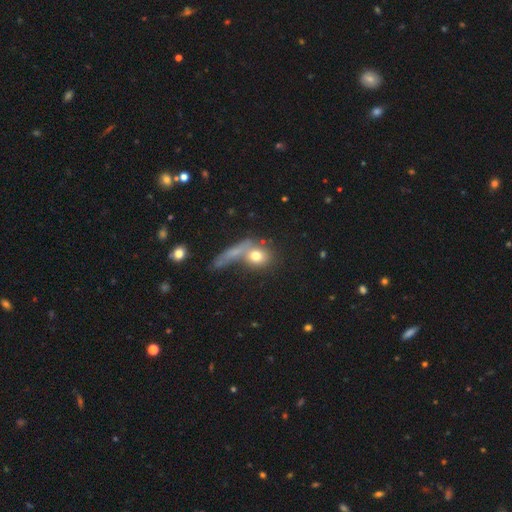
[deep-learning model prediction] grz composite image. It shows a smooth galaxy with no disk features (72%) that is round (62%). Merging: none (43%).